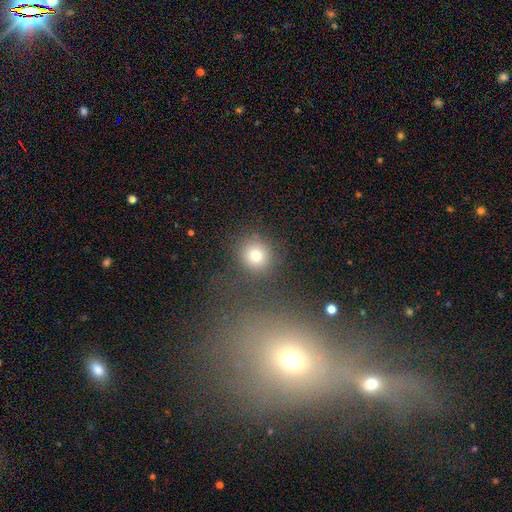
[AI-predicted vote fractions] The model was most divided on "smooth or featured": smooth: 76%, star or artifact: 15%, featured or disk: 9%. More confident: how rounded — round (90%); merging — none (81%).